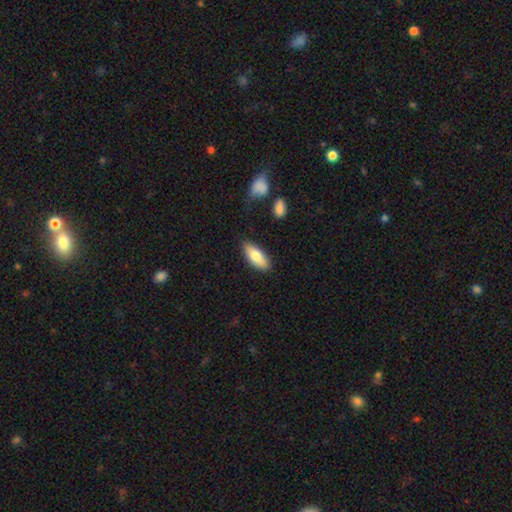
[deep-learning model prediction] The model was most divided on "smooth or featured": smooth: 75%, featured or disk: 19%, star or artifact: 6%. More confident: merging — none (83%); how rounded — in between (78%).